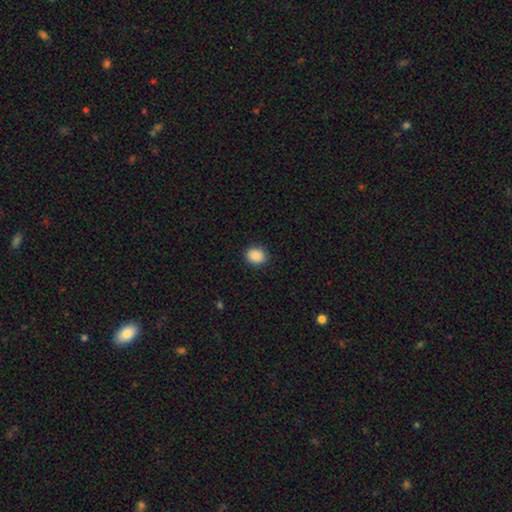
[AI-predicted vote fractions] This appears to be a smooth galaxy with no disk features (89%) that is round (65%). Merging: none (90%).